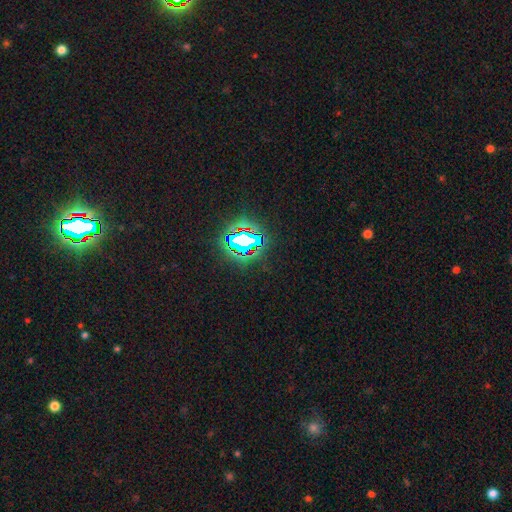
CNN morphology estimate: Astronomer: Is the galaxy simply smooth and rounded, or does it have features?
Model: star or artifact — 83%.